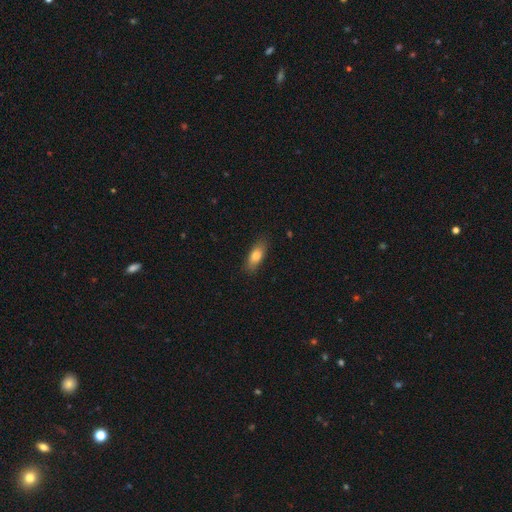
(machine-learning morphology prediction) Smooth or featured? Predicted: smooth (p=0.80). How rounded? Predicted: in between (p=0.77). Merging? Predicted: none (p=0.83).